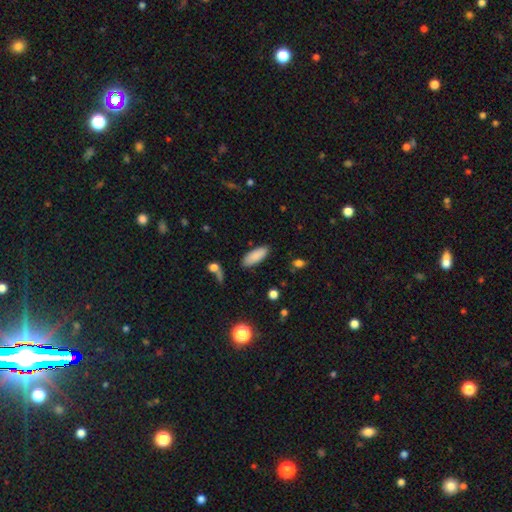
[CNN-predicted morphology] This appears to be a smooth galaxy with no disk features (87%) that is in between round and cigar-shaped (77%). Merging: none (85%).